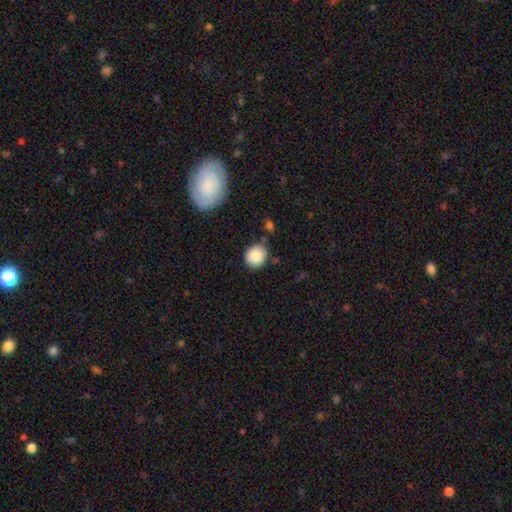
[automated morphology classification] Smooth or featured? smooth (87%)
How rounded? round (70%)
Merging? none (81%)